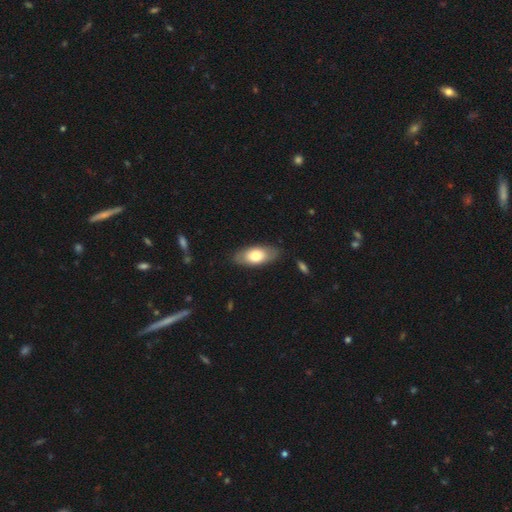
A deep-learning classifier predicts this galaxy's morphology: smooth_or_featured: smooth (p=0.72) [alt: featured or disk p=0.22]
how_rounded: in between (p=0.88) [alt: cigar-shaped p=0.09]
merging: none (p=0.83) [alt: minor disturbance p=0.12]